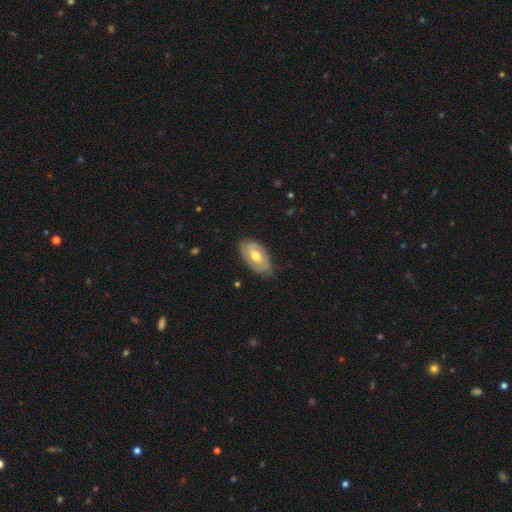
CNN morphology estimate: The model was most divided on "bar": no: 53%, weak: 37%, strong: 10%. More confident: edge-on disk — no (92%); bulge size — moderate (76%); merging — none (74%); spiral arms — yes (72%); smooth or featured — featured or disk (63%).